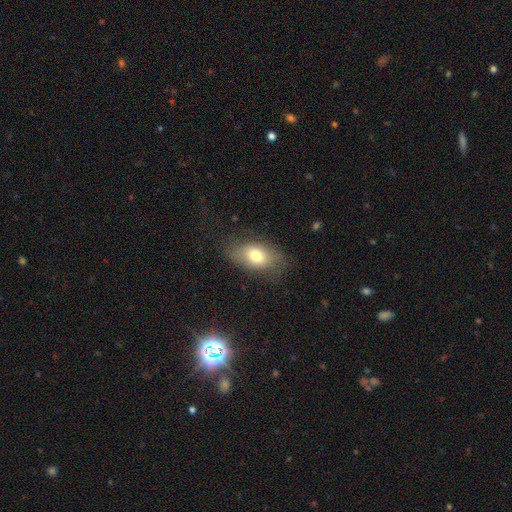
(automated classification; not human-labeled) Smooth or featured? Predicted: smooth (p=0.74). How rounded? Predicted: in between (p=0.86). Merging? Predicted: none (p=0.69).